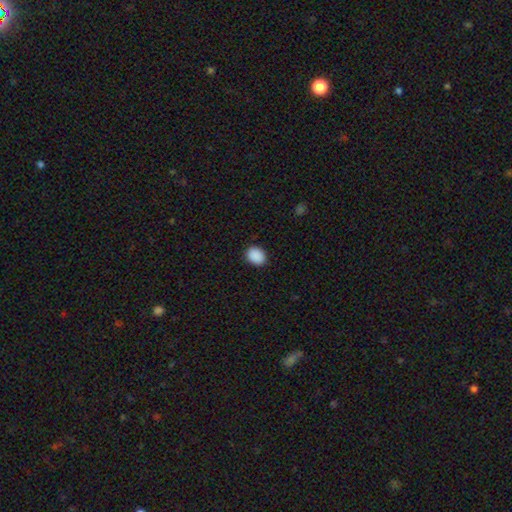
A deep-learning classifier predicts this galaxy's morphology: Overall: smooth (90%). How rounded: in between (51%; round 48%). Merging: none (89%).